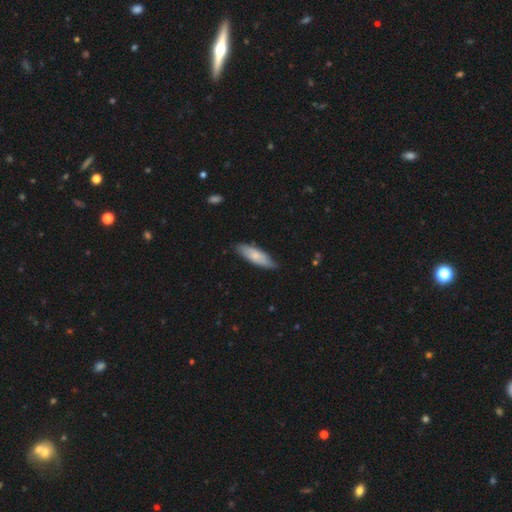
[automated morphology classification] This is likely a smooth galaxy (72%). How rounded: possibly in between (50%). Merging: likely none (78%).